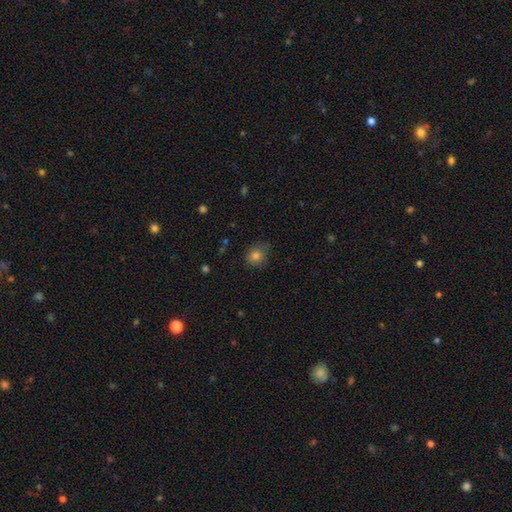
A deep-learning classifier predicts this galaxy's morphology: type=smooth (80%); roundness=round (76%); merging=none (71%).